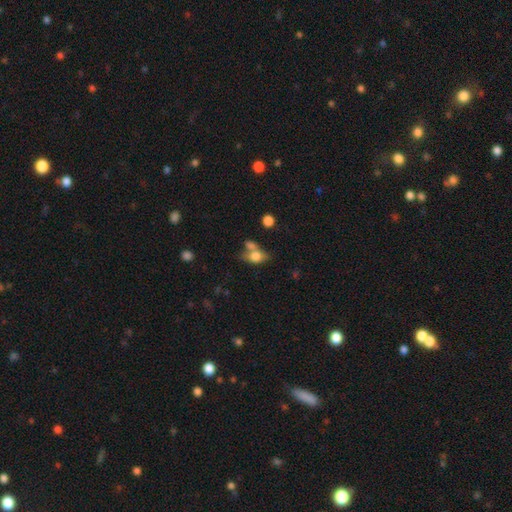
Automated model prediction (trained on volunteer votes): Overall: smooth (73%). How rounded: in between (77%). Merging: none (38%; merger 37%).